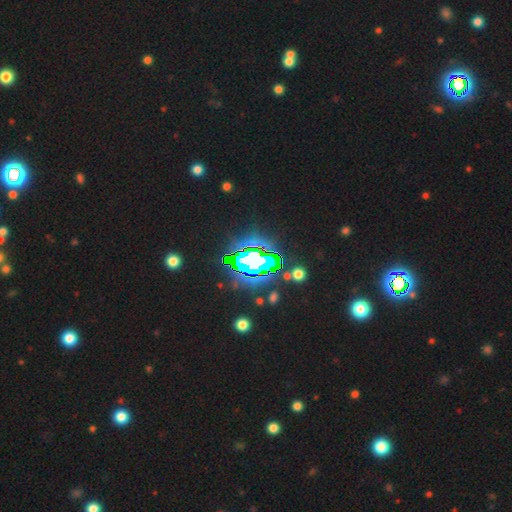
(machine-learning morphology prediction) This appears to be a star or artifact, not a galaxy (84%).